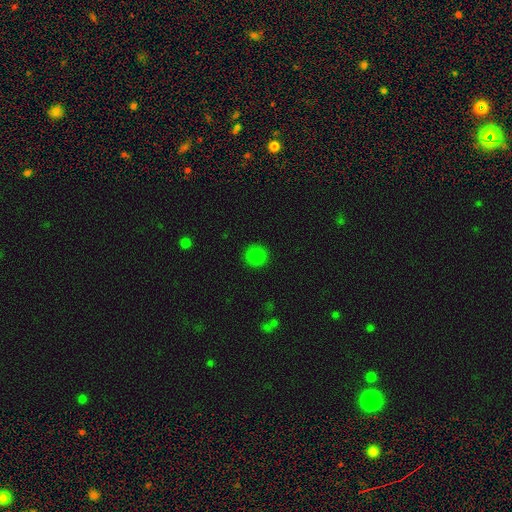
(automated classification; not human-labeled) This is clearly a smooth galaxy (83%). How rounded: clearly round (85%). Merging: clearly none (89%).